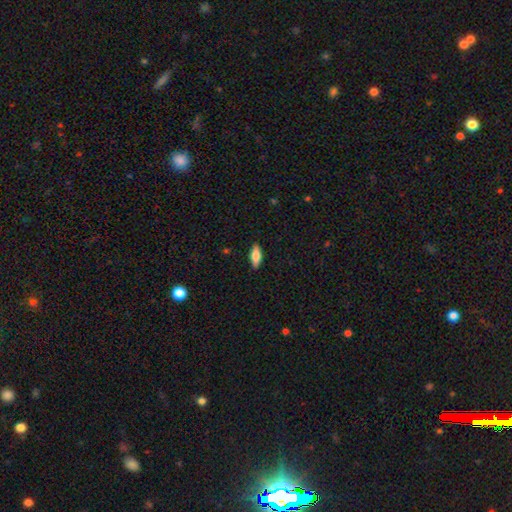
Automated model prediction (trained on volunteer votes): The model was most divided on "smooth or featured": smooth: 67%, featured or disk: 27%, star or artifact: 6%. More confident: merging — none (88%); how rounded — in between (69%).